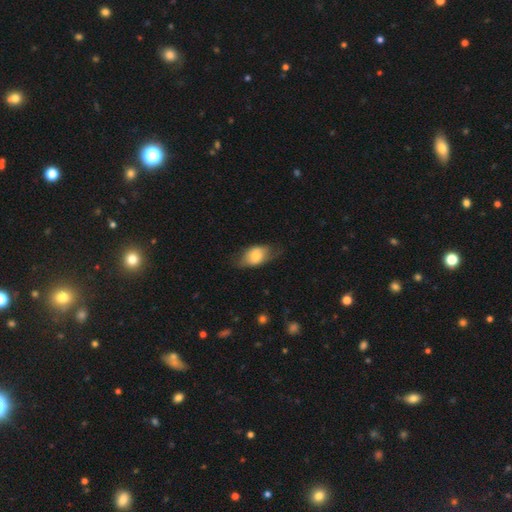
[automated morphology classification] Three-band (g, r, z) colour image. It shows a smooth galaxy with no disk features (65%) that is in between round and cigar-shaped (83%). Merging: none (61%).